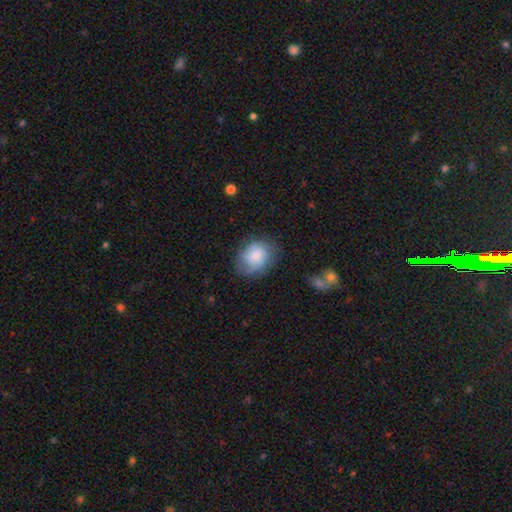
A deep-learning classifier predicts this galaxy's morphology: Smooth or featured? smooth (73%)
How rounded? round (58%)
Merging? none (65%)